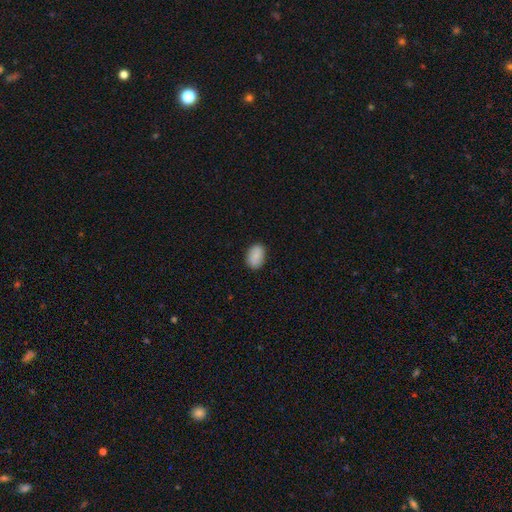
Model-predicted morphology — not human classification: The model was most divided on "how rounded": in between: 85%, round: 14%, cigar-shaped: 1%. More confident: smooth or featured — smooth (88%); merging — none (86%).